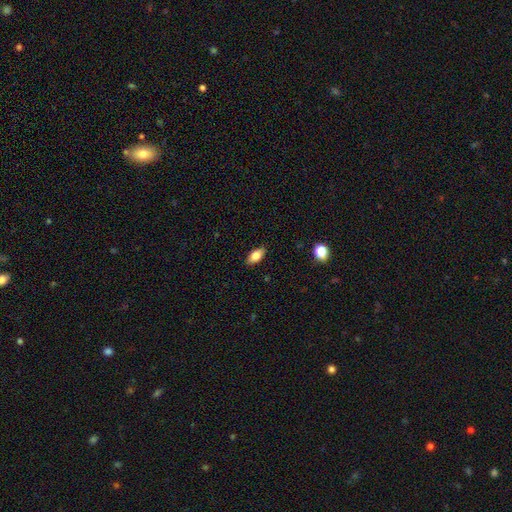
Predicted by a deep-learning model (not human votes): smooth-or-featured: smooth: 76% | featured or disk: 17% | star or artifact: 8%
  how-rounded: in between: 88% | cigar-shaped: 8% | round: 4%
  merging: none: 87% | minor disturbance: 10% | major disturbance: 2% | merger: 1%